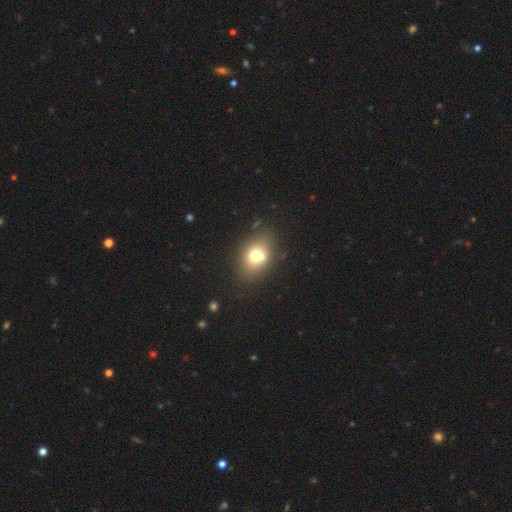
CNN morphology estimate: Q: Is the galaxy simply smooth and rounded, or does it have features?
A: smooth — 68%.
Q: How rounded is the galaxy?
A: in between — 61%.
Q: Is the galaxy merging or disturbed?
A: none — 62%.